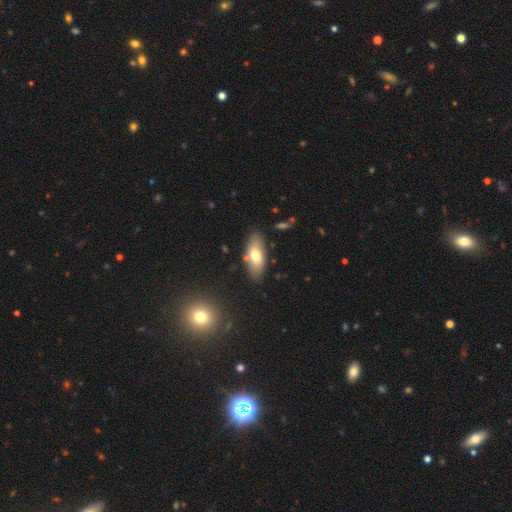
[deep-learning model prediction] Smooth or featured: smooth — 67% (featured or disk — 26%)
How rounded: in between — 83% (cigar-shaped — 14%)
Merging: none — 81% (minor disturbance — 12%)